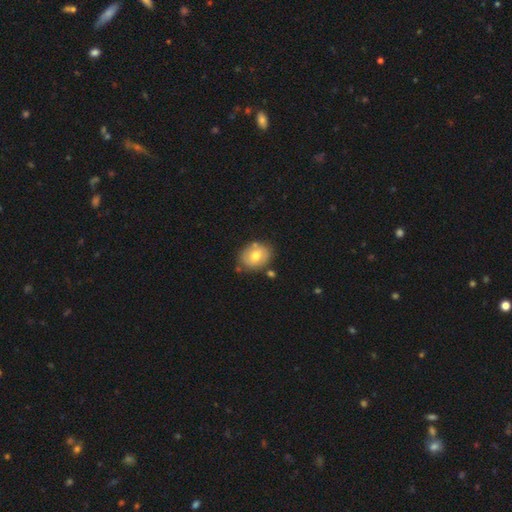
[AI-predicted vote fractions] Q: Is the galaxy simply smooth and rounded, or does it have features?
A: smooth — 64%.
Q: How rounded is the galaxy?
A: round — 53%.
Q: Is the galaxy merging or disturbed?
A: none — 76%.